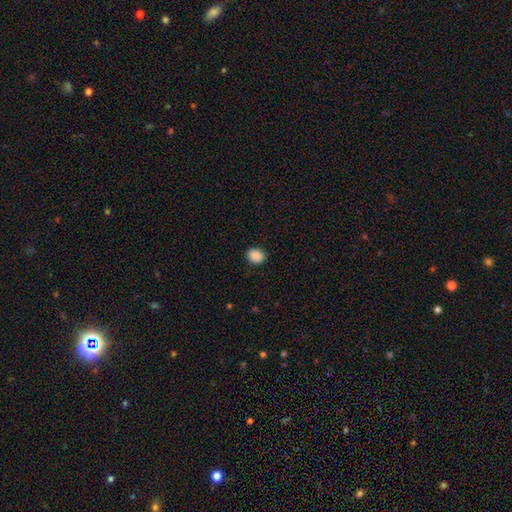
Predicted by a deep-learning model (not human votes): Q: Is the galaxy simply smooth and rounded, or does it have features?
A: smooth — 89%.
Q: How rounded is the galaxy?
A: round — 59%.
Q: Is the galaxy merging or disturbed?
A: none — 88%.